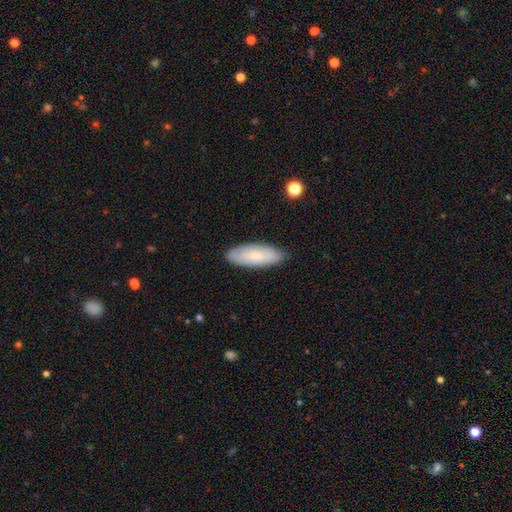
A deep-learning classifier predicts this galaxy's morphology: A smooth galaxy with no disk features (69%) that is in between round and cigar-shaped (73%). Merging: none (84%).